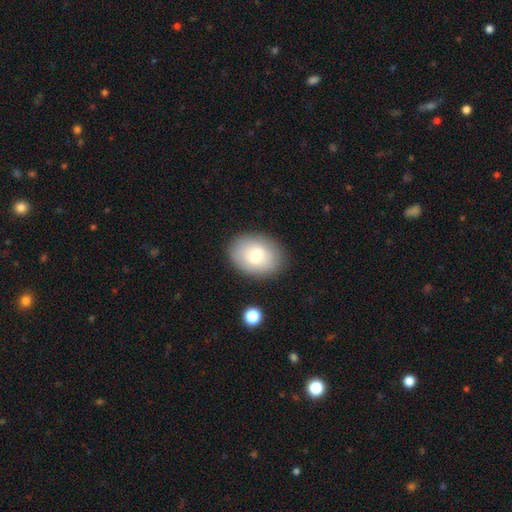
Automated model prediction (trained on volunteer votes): smooth_or_featured: smooth (p=0.74) [alt: featured or disk p=0.18]
how_rounded: in between (p=0.69) [alt: round p=0.30]
merging: none (p=0.85) [alt: minor disturbance p=0.10]